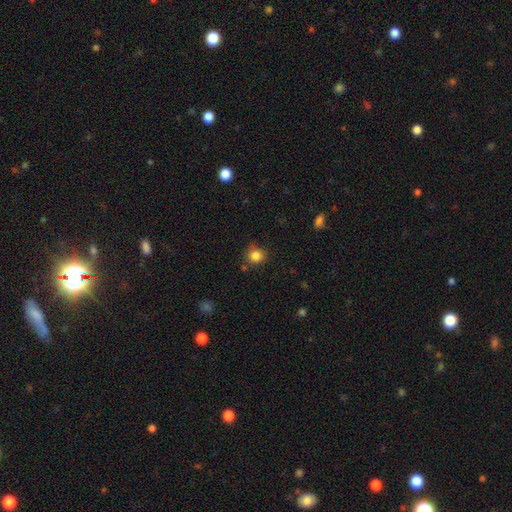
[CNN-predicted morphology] Overall: smooth (84%). How rounded: round (89%). Merging: none (79%).